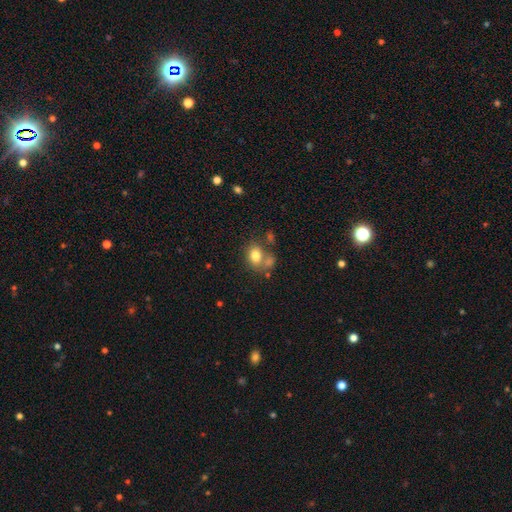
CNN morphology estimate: type=smooth (78%); roundness=in between (57%); merging=none (50%).